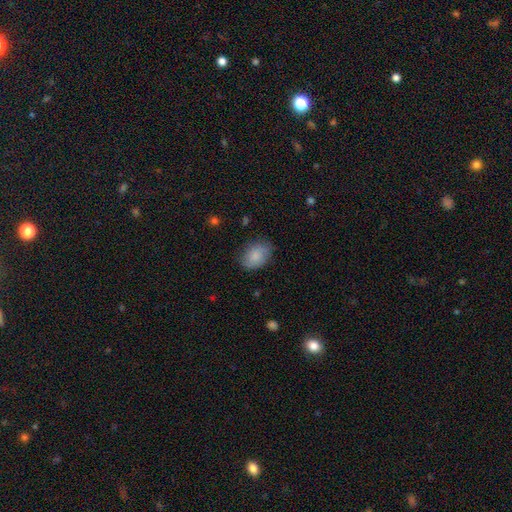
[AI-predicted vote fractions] smooth_or_featured: smooth (p=0.82) [alt: featured or disk p=0.11]
how_rounded: in between (p=0.76) [alt: round p=0.23]
merging: none (p=0.74) [alt: minor disturbance p=0.20]